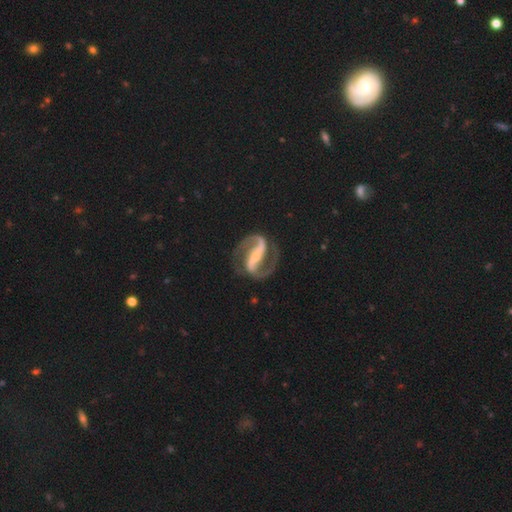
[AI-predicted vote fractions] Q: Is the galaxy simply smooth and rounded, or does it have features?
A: featured or disk — 93%.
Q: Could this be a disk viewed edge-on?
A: no — 97%.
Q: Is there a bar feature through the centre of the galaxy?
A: strong — 75%.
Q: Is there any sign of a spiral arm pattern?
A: yes — 98%.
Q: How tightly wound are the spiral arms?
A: medium — 58%.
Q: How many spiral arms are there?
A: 2 — 94%.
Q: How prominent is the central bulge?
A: small — 67%.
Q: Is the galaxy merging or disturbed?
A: none — 82%.